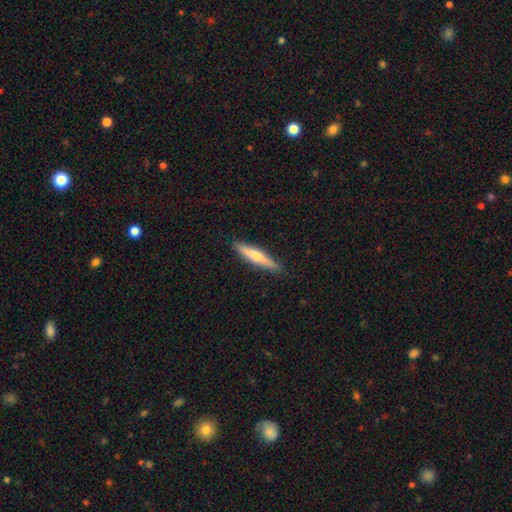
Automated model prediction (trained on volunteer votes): smooth-or-featured: smooth: 55% | featured or disk: 40% | star or artifact: 5%
  how-rounded: cigar-shaped: 90% | in between: 8% | round: 1%
  merging: none: 89% | minor disturbance: 8% | major disturbance: 2% | merger: 1%